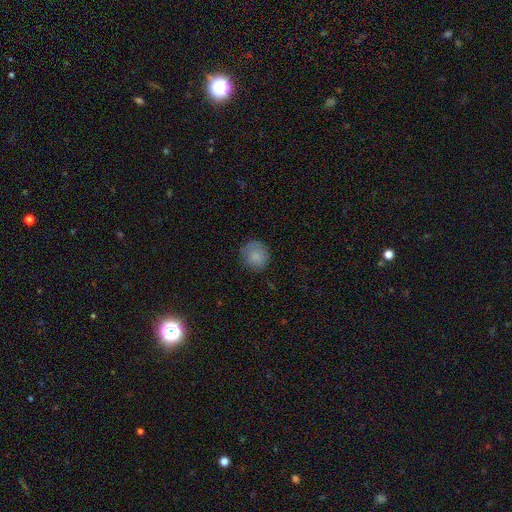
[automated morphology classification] Smooth or featured: smooth — 84% (star or artifact — 9%)
How rounded: round — 88% (in between — 12%)
Merging: none — 79% (minor disturbance — 16%)